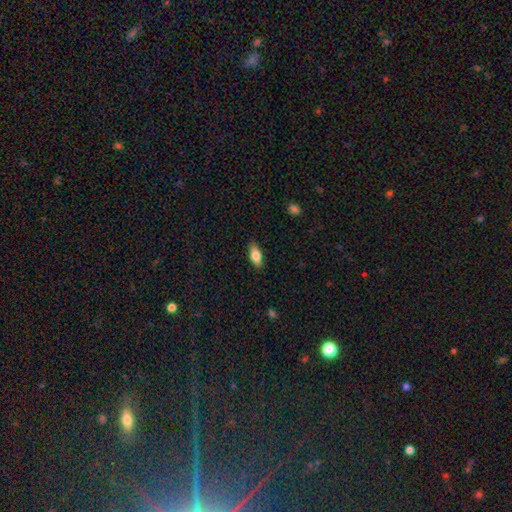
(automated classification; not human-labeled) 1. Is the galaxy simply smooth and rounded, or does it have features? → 76% smooth, 17% featured or disk, 7% star or artifact.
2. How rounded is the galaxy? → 80% in between, 17% cigar-shaped, 3% round.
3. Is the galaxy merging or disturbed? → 87% none, 10% minor disturbance, 2% major disturbance, 1% merger.